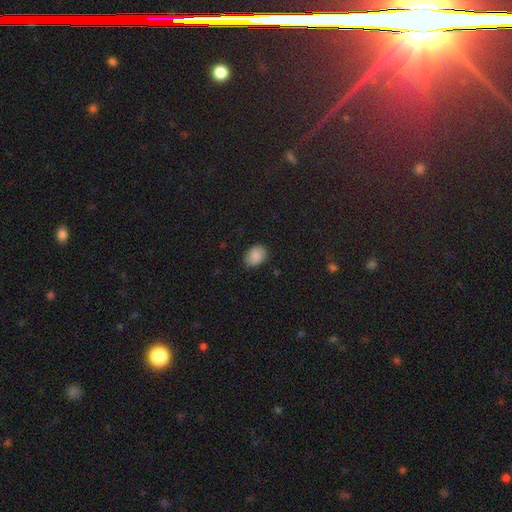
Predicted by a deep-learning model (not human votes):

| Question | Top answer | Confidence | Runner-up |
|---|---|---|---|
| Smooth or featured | smooth | 83% | featured or disk (9%) |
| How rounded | in between | 61% | round (38%) |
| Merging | none | 78% | minor disturbance (17%) |